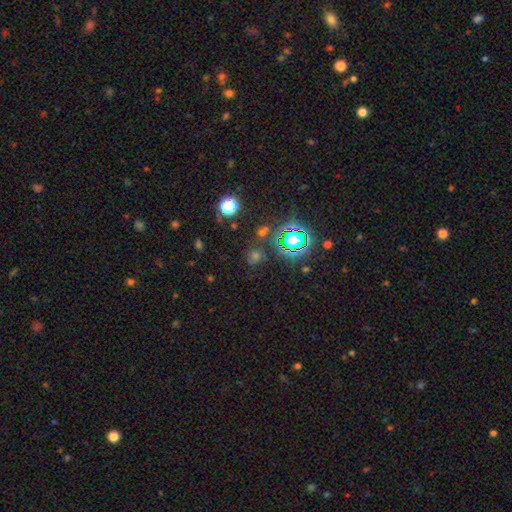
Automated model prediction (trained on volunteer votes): This appears to be a star or artifact, not a galaxy (50%).